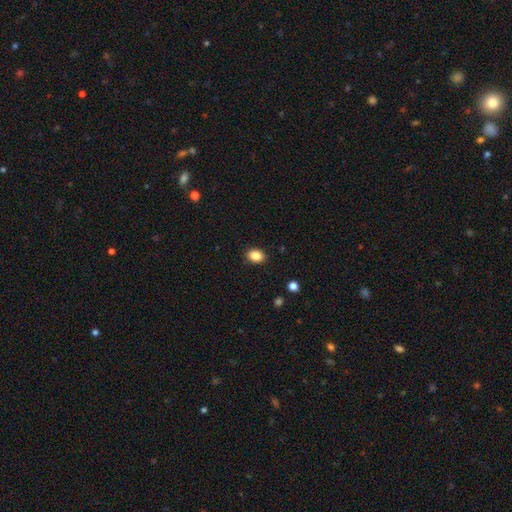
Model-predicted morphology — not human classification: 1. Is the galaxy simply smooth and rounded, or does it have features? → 86% smooth, 9% star or artifact, 5% featured or disk.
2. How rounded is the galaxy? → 71% in between, 28% round, 1% cigar-shaped.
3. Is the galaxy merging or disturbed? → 89% none, 8% minor disturbance, 2% major disturbance, 1% merger.